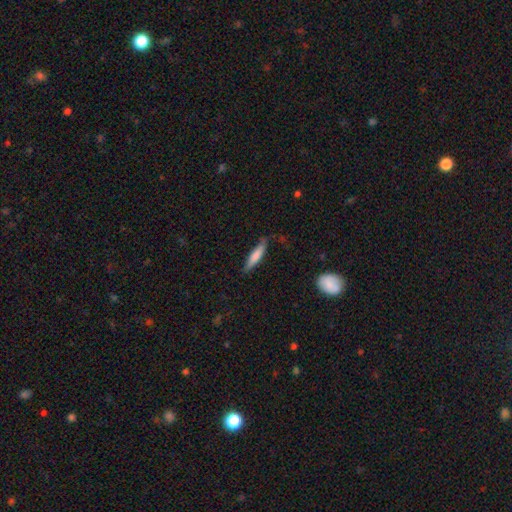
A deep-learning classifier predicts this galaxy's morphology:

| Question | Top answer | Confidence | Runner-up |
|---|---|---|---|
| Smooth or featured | smooth | 72% | featured or disk (22%) |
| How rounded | cigar-shaped | 84% | in between (15%) |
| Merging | none | 76% | minor disturbance (18%) |